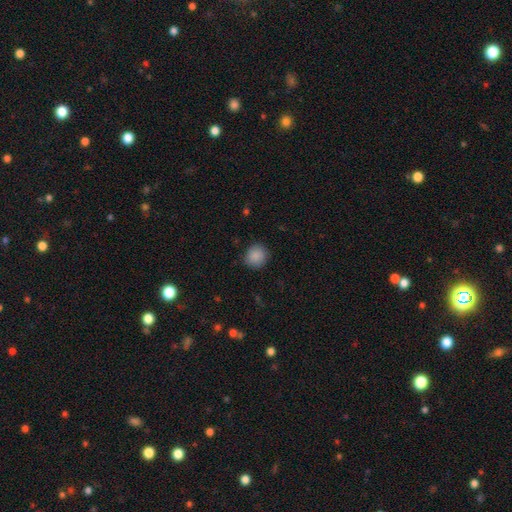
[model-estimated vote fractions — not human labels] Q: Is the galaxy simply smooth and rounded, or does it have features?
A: smooth — 88%.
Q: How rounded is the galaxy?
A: round — 88%.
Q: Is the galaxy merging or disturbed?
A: none — 85%.